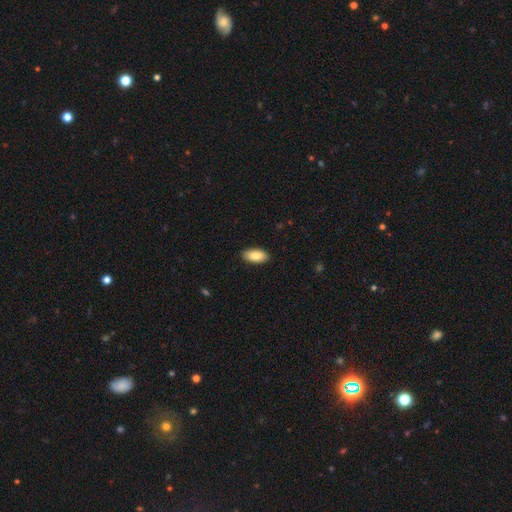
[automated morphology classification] smooth-or-featured: smooth: 87% | featured or disk: 7% | star or artifact: 6%
  how-rounded: in between: 92% | cigar-shaped: 6% | round: 2%
  merging: none: 89% | minor disturbance: 9% | major disturbance: 2% | merger: 1%